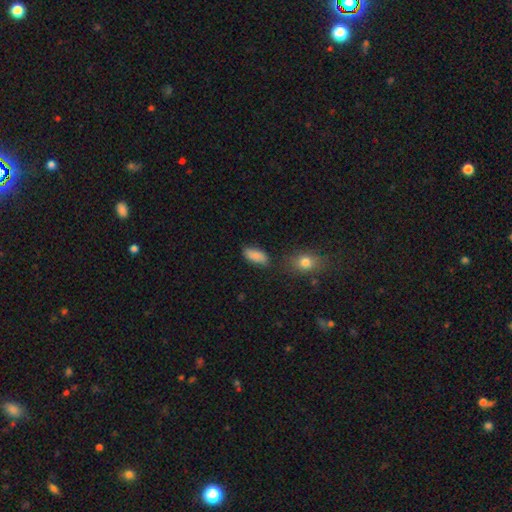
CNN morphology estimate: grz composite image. It shows a smooth galaxy with no disk features (86%) that is in between round and cigar-shaped (89%). Merging: none (75%).